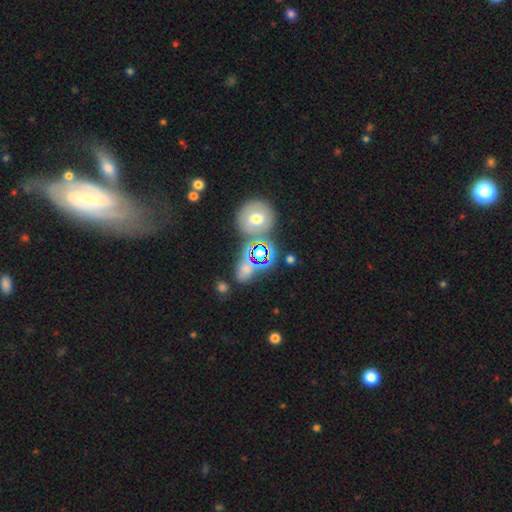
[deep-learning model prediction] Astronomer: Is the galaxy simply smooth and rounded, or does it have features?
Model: star or artifact — 46% (runner-up: smooth, 33%).